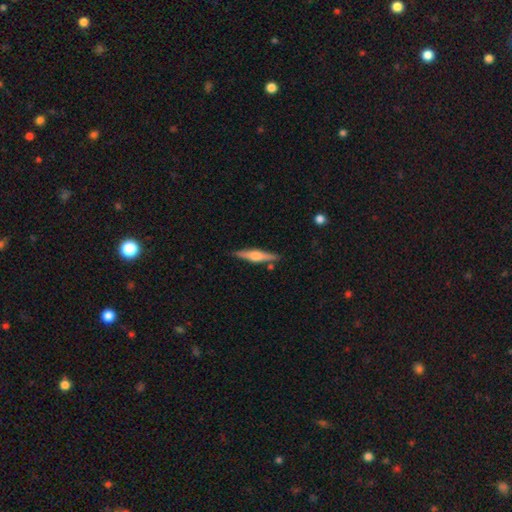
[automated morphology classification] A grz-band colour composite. It shows a featured or disk galaxy (62%) viewed edge-on (96%) with a rounded central bulge (90%). Merging: none (85%).